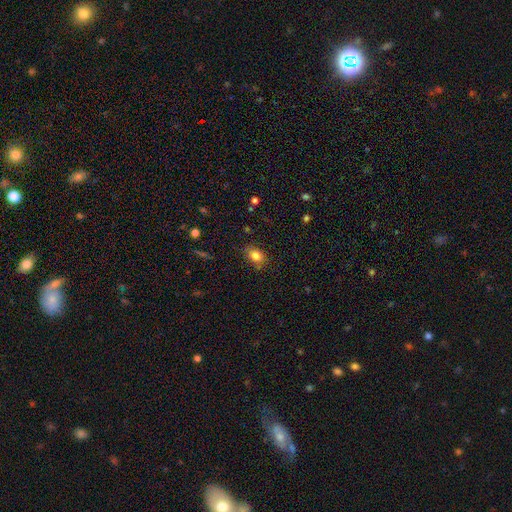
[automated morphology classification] Q: Smooth or featured?
A: smooth (82%); runner-up: star or artifact (10%)
Q: How rounded?
A: in between (75%); runner-up: round (24%)
Q: Merging?
A: none (80%); runner-up: minor disturbance (15%)